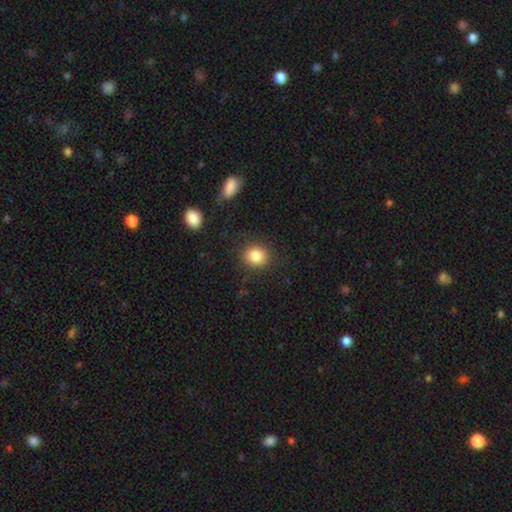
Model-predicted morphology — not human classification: This appears to be a smooth galaxy with no disk features (84%) that is round (77%). Merging: none (87%).